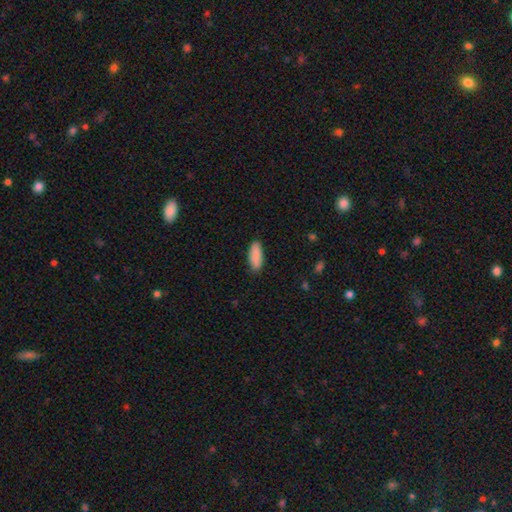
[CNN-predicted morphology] The model was most divided on "how rounded": in between: 77%, cigar-shaped: 22%, round: 2%. More confident: smooth or featured — smooth (89%); merging — none (86%).